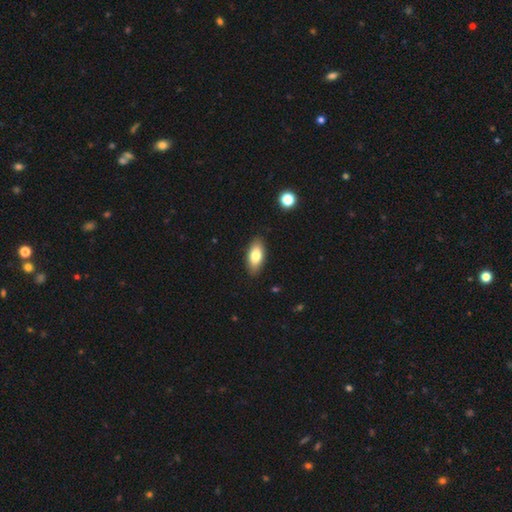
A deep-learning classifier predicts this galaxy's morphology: Overall: smooth (78%). How rounded: in between (87%). Merging: none (88%).